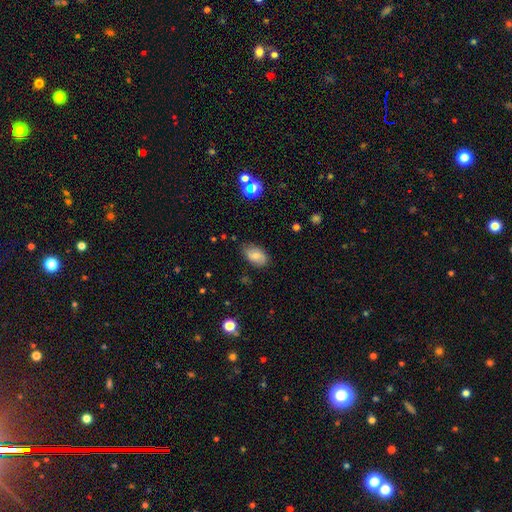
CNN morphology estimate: The model was most divided on "merging": none: 75%, minor disturbance: 19%, major disturbance: 4%, merger: 2%. More confident: how rounded — in between (92%); smooth or featured — smooth (74%).